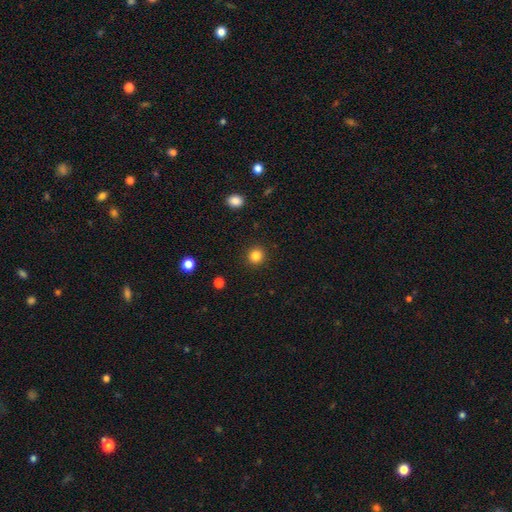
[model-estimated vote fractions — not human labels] Morphology: type=smooth (84%); roundness=round (91%); merging=none (92%).